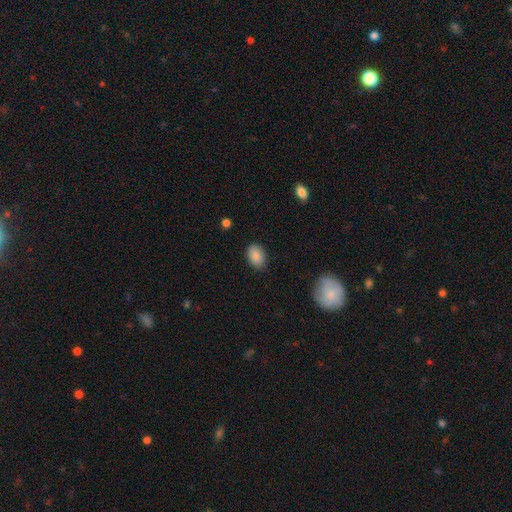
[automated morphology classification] smooth 87%, star or artifact 8%, featured or disk 5%. Down the decision tree: how rounded — in between (84%); merging — none (84%).